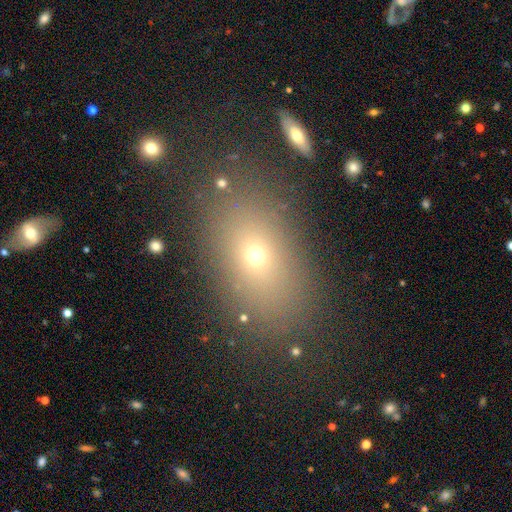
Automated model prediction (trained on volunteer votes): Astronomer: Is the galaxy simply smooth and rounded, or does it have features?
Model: smooth — 65%.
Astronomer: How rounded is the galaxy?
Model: in between — 79%.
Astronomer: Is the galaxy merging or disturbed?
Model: none — 81%.